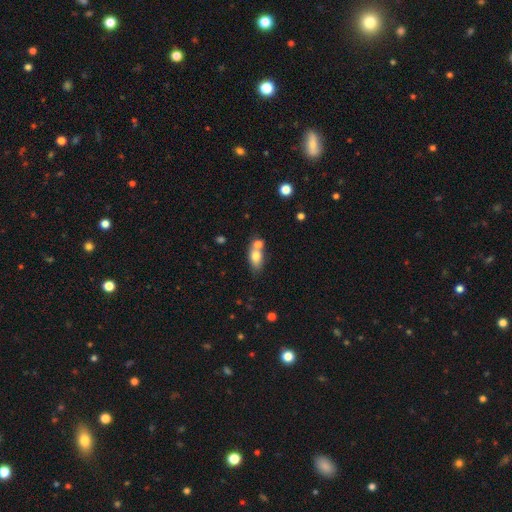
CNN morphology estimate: A smooth galaxy with no disk features (75%) that is in between round and cigar-shaped (78%).

Vote fractions:
- Smooth or featured? smooth: 75% / featured or disk: 16% / star or artifact: 9%
- How rounded? in between: 78% / round: 14% / cigar-shaped: 8%
- Merging? merger: 43% / none: 41% / minor disturbance: 12% / major disturbance: 4%